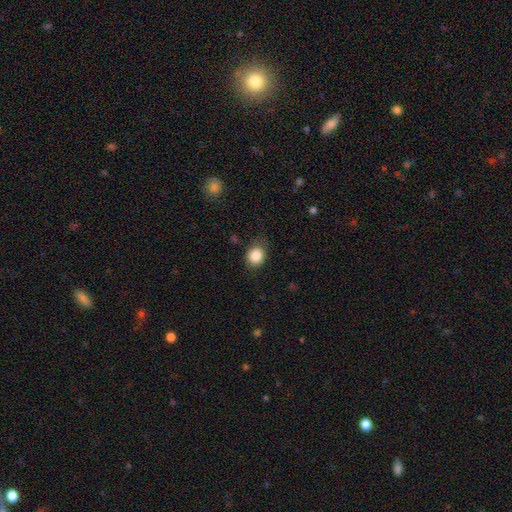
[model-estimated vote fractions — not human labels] smooth-or-featured: smooth: 86% | star or artifact: 9% | featured or disk: 5%
  how-rounded: round: 61% | in between: 38% | cigar-shaped: 1%
  merging: none: 76% | minor disturbance: 18% | major disturbance: 5% | merger: 1%